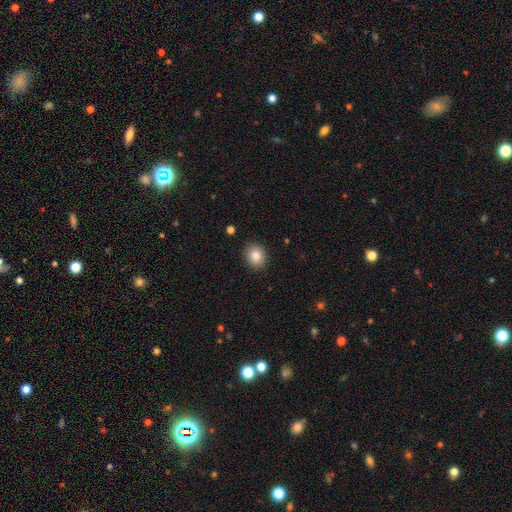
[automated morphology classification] The model was most divided on "how rounded": round: 73%, in between: 26%, cigar-shaped: 1%. More confident: merging — none (91%); smooth or featured — smooth (84%).